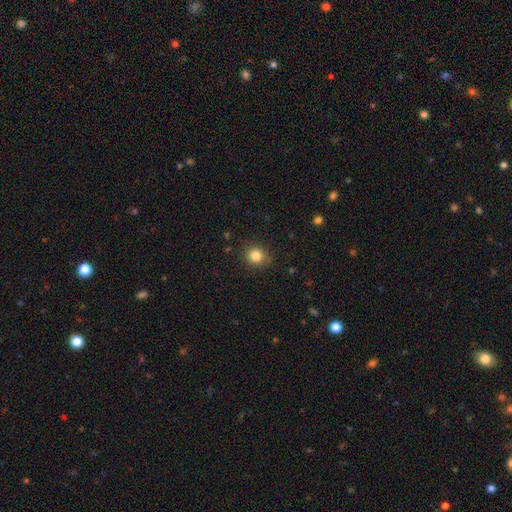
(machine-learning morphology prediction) This is clearly a smooth galaxy (84%). How rounded: clearly round (85%). Merging: clearly none (85%).